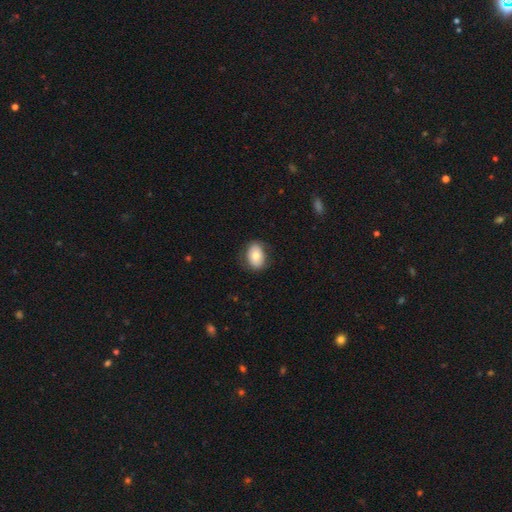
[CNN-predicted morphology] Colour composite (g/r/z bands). It shows a smooth galaxy with no disk features (74%) that is in between round and cigar-shaped (76%). Merging: none (79%).